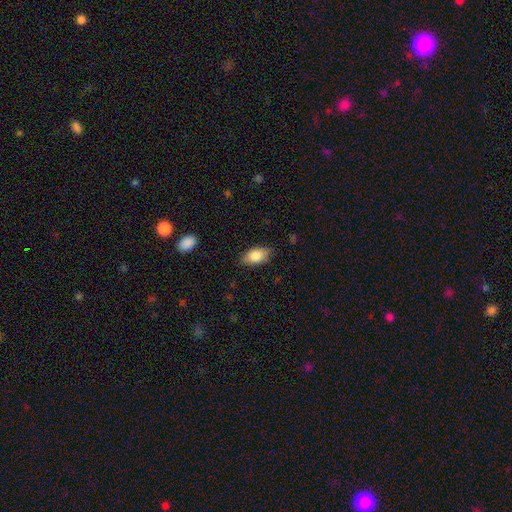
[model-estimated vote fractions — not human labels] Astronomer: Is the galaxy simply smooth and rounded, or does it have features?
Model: smooth — 84%.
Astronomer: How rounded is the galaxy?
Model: in between — 91%.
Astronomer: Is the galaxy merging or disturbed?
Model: none — 81%.